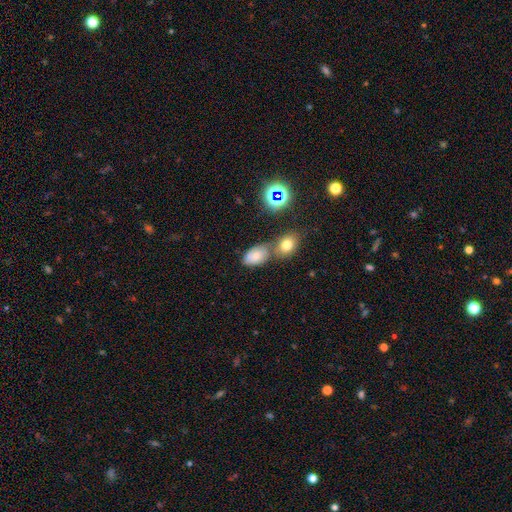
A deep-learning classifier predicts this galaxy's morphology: Smooth or featured?
  - smooth: 62% *
  - featured or disk: 20%
  - star or artifact: 18%
How rounded?
  - in between: 88% *
  - round: 11%
  - cigar-shaped: 2%
Merging?
  - none: 45% *
  - merger: 34%
  - minor disturbance: 15%
  - major disturbance: 6%